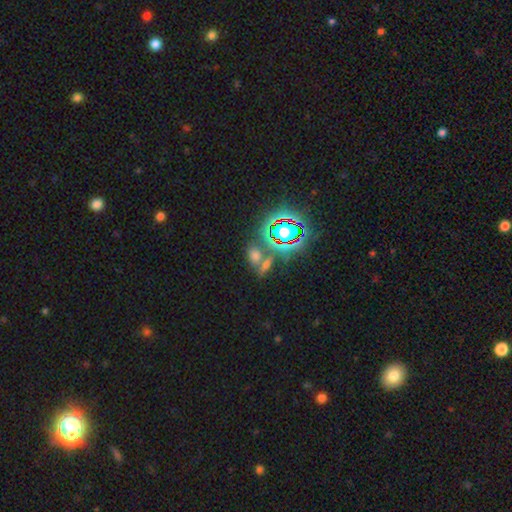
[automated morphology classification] A smooth galaxy with no disk features (50%).

Vote fractions:
- Smooth or featured? smooth: 50% / star or artifact: 39% / featured or disk: 12%
- Merging? none: 51% / merger: 31% / minor disturbance: 11% / major disturbance: 6%